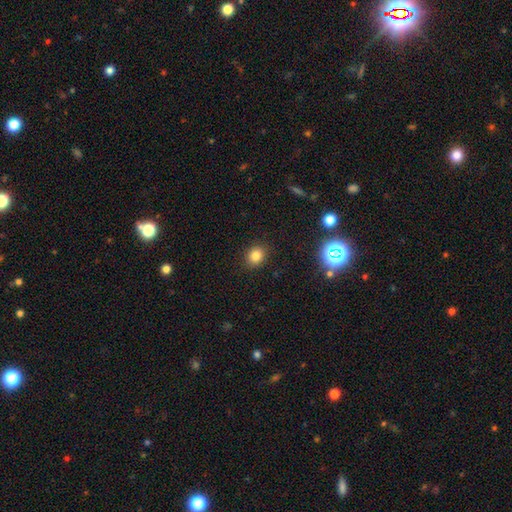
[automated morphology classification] A smooth galaxy with no disk features (80%) that is round (69%). Merging: none (90%).